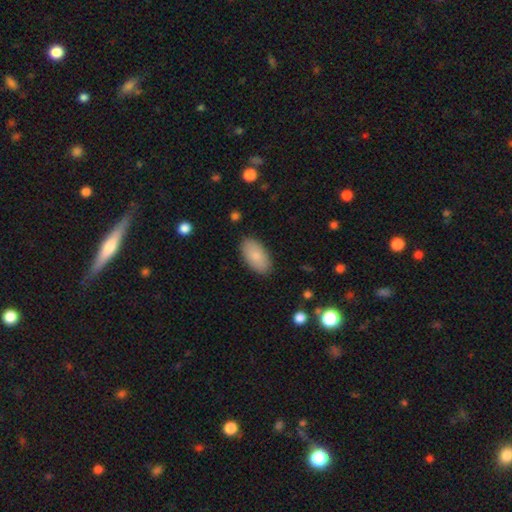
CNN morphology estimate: A smooth galaxy with no disk features (83%) that is in between round and cigar-shaped (95%). Merging: none (87%).